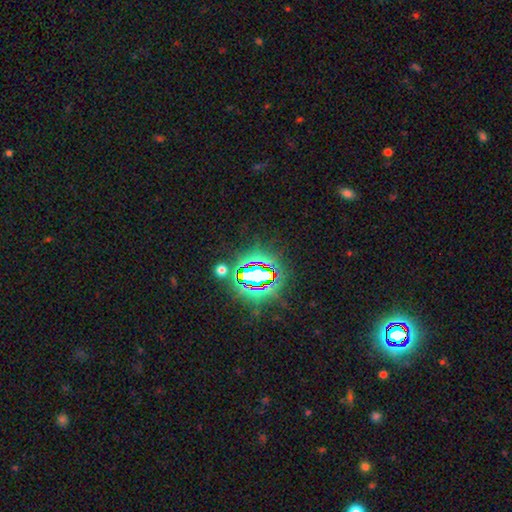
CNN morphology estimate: A star or artifact, not a galaxy (80%).

Vote fractions:
- Smooth or featured? star or artifact: 80% / smooth: 11% / featured or disk: 8%